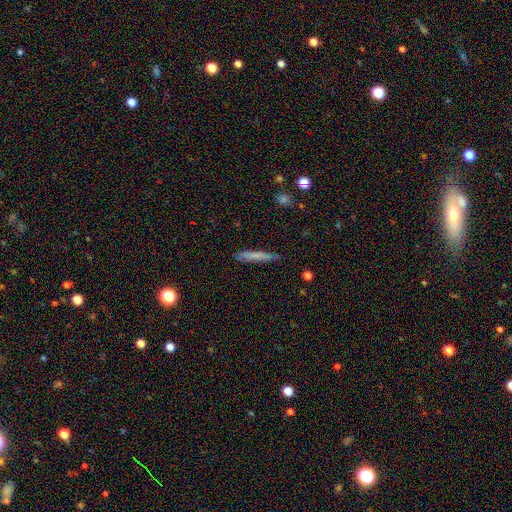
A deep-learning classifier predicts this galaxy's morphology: Q: Smooth or featured?
A: smooth (70%); runner-up: featured or disk (23%)
Q: How rounded?
A: cigar-shaped (95%); runner-up: in between (4%)
Q: Merging?
A: none (85%); runner-up: minor disturbance (11%)